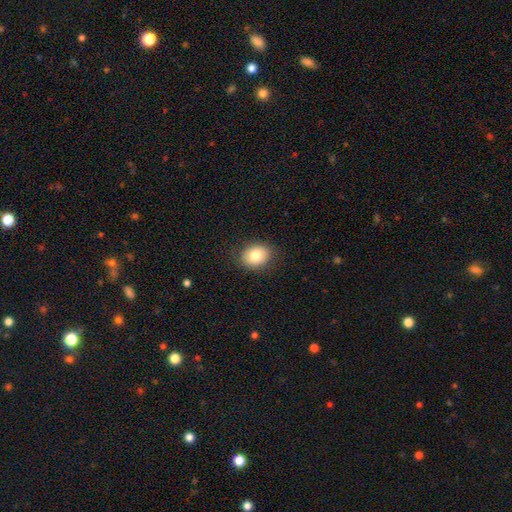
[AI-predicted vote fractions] A smooth galaxy with no disk features (80%) that is round (52%). Merging: none (87%).